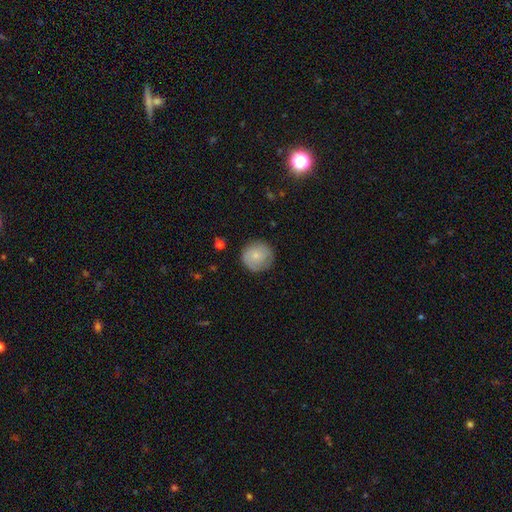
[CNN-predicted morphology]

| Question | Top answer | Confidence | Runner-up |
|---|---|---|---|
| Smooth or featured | smooth | 77% | featured or disk (16%) |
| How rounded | round | 93% | in between (6%) |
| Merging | none | 81% | minor disturbance (15%) |